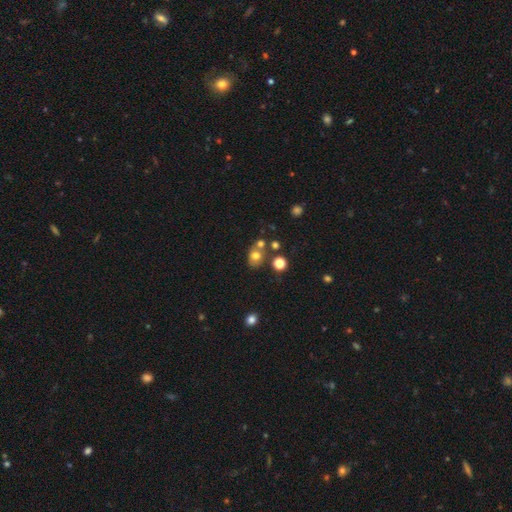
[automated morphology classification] Smooth or featured? smooth (71%)
How rounded? round (61%)
Merging? none (57%)